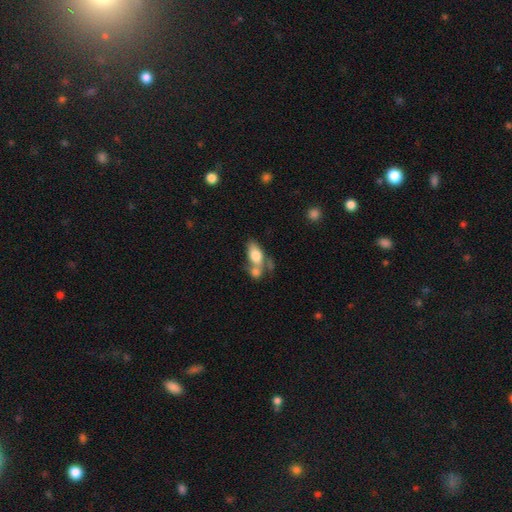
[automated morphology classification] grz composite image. It shows a smooth galaxy with no disk features (71%) that is in between round and cigar-shaped (85%). Merging: merger (51%).